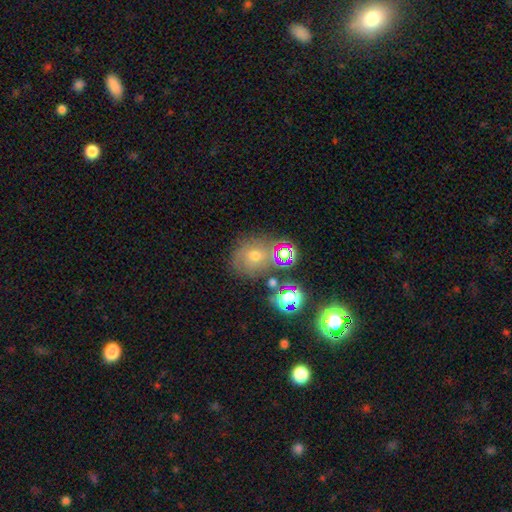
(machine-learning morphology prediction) Smooth or featured? Predicted: smooth (p=0.39). Merging? Predicted: none (p=0.67).